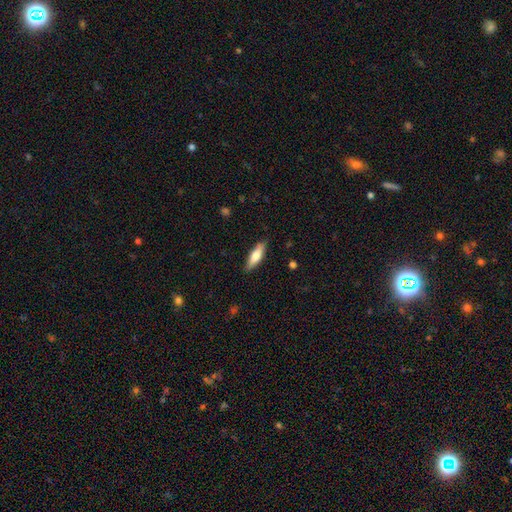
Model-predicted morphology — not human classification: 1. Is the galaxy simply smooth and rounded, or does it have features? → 67% smooth, 27% featured or disk, 6% star or artifact.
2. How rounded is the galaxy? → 56% cigar-shaped, 42% in between, 2% round.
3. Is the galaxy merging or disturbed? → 86% none, 10% minor disturbance, 2% major disturbance, 1% merger.